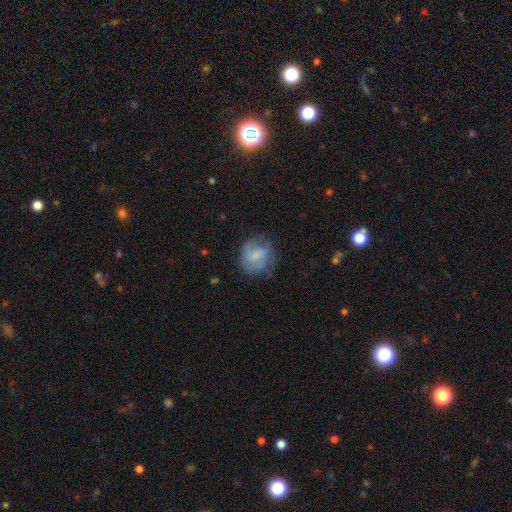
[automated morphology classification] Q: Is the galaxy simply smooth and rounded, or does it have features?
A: smooth — 50%.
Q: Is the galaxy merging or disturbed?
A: none — 61%.